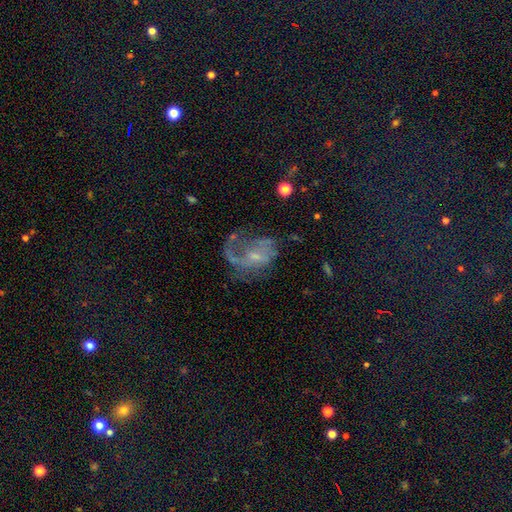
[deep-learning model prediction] This is likely a featured or disk galaxy (70%). It is clearly not viewed edge-on (97%). Bar: possibly no (55%). Spiral arm pattern: likely yes (69%). Central bulge: likely small (60%). Merging: marginally major disturbance (44%).